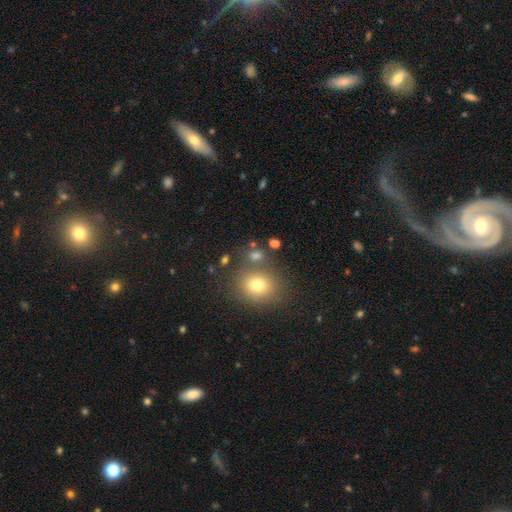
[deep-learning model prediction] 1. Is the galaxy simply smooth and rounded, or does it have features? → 72% smooth, 17% star or artifact, 10% featured or disk.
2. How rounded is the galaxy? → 59% round, 39% in between, 2% cigar-shaped.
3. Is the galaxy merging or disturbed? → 65% none, 17% merger, 12% minor disturbance, 6% major disturbance.